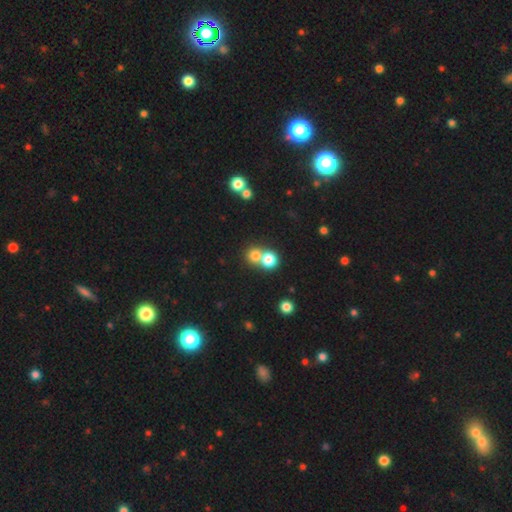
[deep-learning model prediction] This is likely a smooth galaxy (75%). How rounded: clearly round (85%). Merging: possibly merger (50%).